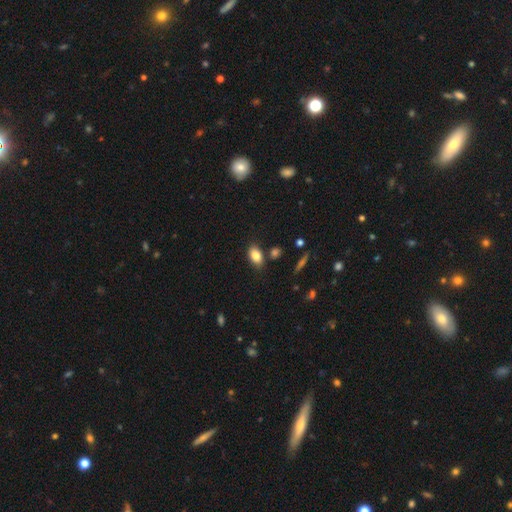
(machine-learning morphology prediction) This is clearly a smooth galaxy (83%). How rounded: clearly in between (88%). Merging: likely none (77%).